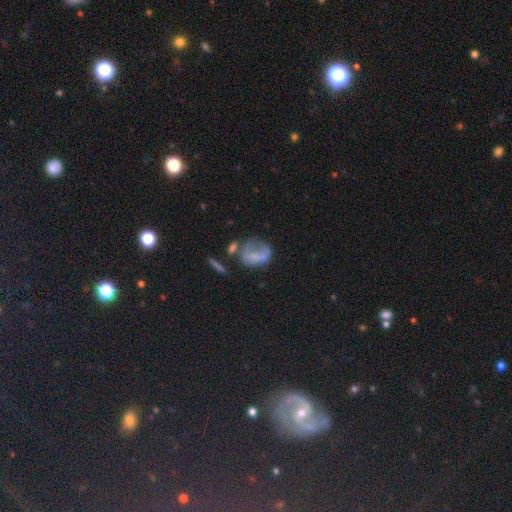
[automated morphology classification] Smooth or featured: smooth — 52% (featured or disk — 33%)
How rounded: in between — 55% (round — 43%)
Merging: none — 34% (major disturbance — 30%)